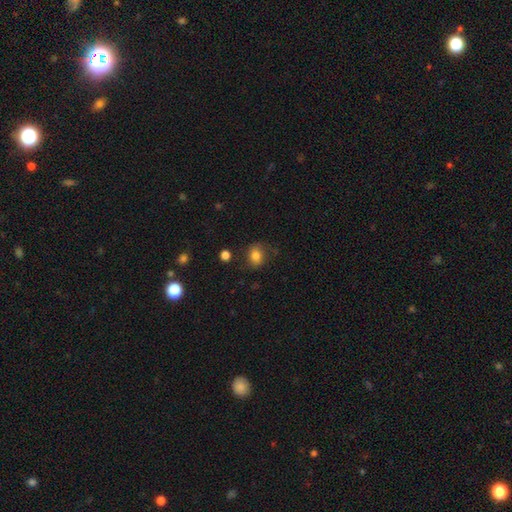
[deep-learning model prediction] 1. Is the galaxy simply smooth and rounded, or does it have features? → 78% smooth, 11% featured or disk, 11% star or artifact.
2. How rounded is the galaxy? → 50% round, 49% in between, 1% cigar-shaped.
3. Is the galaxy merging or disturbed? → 69% none, 20% minor disturbance, 8% major disturbance, 3% merger.